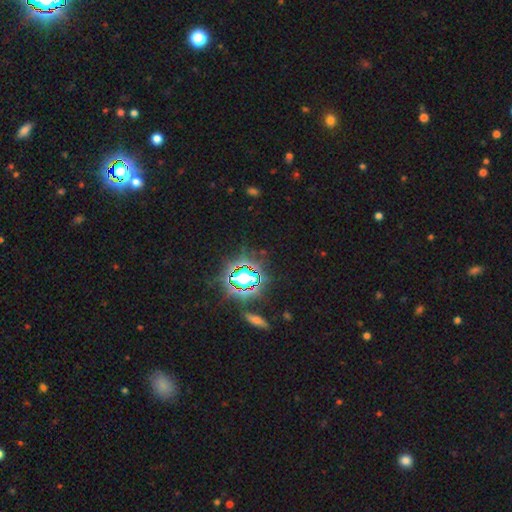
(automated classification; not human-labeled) A star or artifact, not a galaxy (80%).